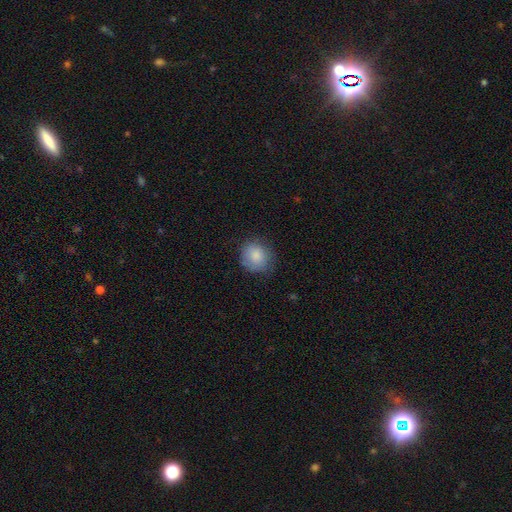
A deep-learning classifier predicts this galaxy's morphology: A smooth galaxy with no disk features (85%) that is round (86%). Merging: none (74%).